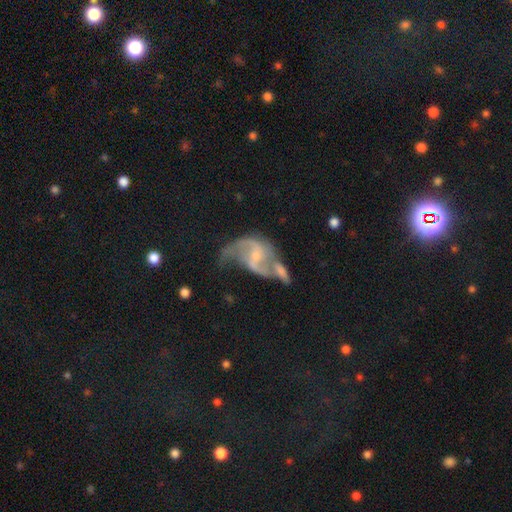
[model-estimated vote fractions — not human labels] A featured or disk galaxy (85%) with a weak bar (47%), 2 (85%) loose (59%) spiral arms (92%) and a small central bulge (60%).

Vote fractions:
- Smooth or featured? featured or disk: 85% / smooth: 9% / star or artifact: 6%
- Edge-on disk? no: 97% / yes: 3%
- Bar? weak: 47% / no: 38% / strong: 15%
- Spiral arms? yes: 92% / no: 8%
- Spiral winding? loose: 59% / medium: 33% / tight: 7%
- Spiral arm count? 2: 85% / can't tell: 5% / 1: 4% / 3: 3% / 4: 1% / more than 4: 1%
- Bulge size? small: 60% / moderate: 26% / none: 11% / large: 2% / dominant: 1%
- Merging? merger: 37% / none: 26% / major disturbance: 20% / minor disturbance: 17%